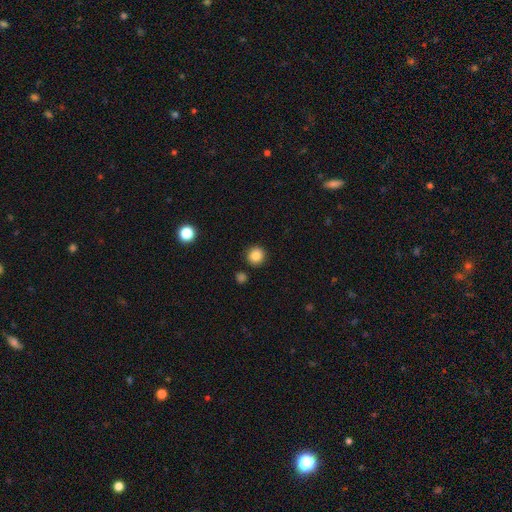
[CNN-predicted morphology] Smooth or featured?
  - smooth: 85% *
  - star or artifact: 10%
  - featured or disk: 5%
How rounded?
  - round: 93% *
  - in between: 6%
  - cigar-shaped: 1%
Merging?
  - none: 90% *
  - minor disturbance: 6%
  - merger: 2%
  - major disturbance: 2%